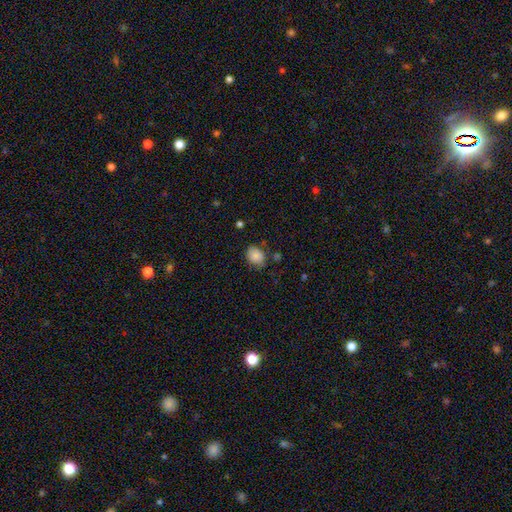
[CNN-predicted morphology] The model was most divided on "how rounded": in between: 53%, round: 46%, cigar-shaped: 1%. More confident: smooth or featured — smooth (85%); merging — none (71%).